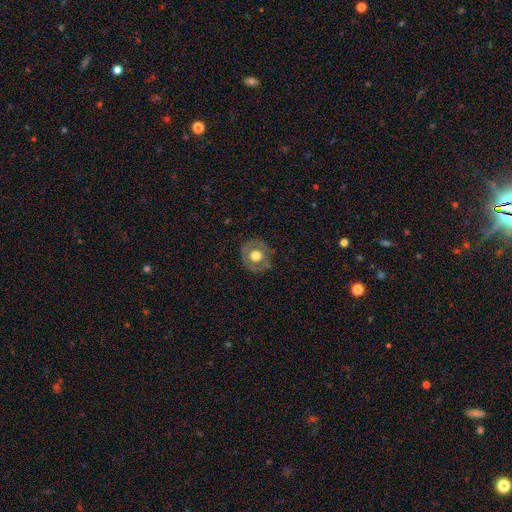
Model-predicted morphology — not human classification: Smooth or featured?
  - smooth: 50% *
  - featured or disk: 42%
  - star or artifact: 7%
How rounded?
  - round: 86% *
  - in between: 13%
  - cigar-shaped: 1%
Merging?
  - none: 79% *
  - minor disturbance: 15%
  - major disturbance: 5%
  - merger: 1%